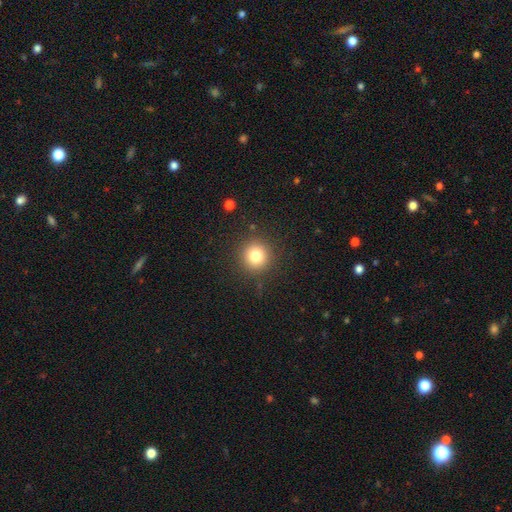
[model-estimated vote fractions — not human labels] A smooth galaxy with no disk features (80%) that is round (94%). Merging: none (89%).